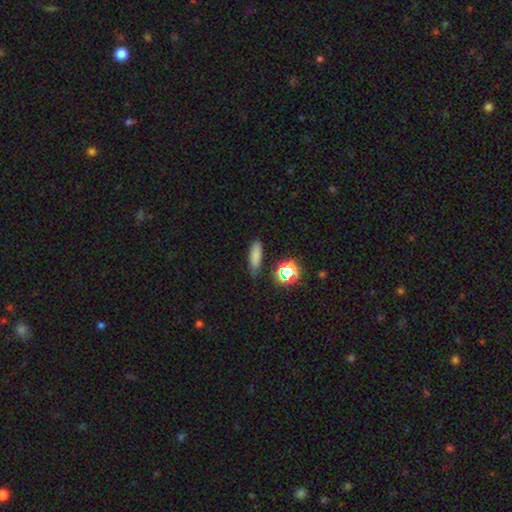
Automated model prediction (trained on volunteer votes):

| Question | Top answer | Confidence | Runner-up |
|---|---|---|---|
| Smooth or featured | smooth | 77% | star or artifact (15%) |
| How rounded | in between | 48% | cigar-shaped (46%) |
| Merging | none | 78% | minor disturbance (15%) |